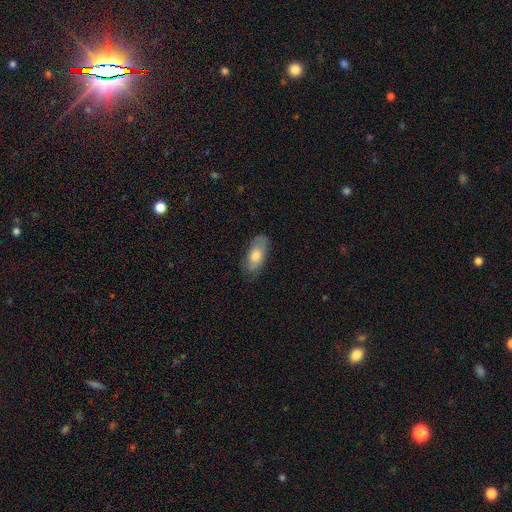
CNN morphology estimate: Overall: smooth (72%). How rounded: in between (88%). Merging: none (77%).